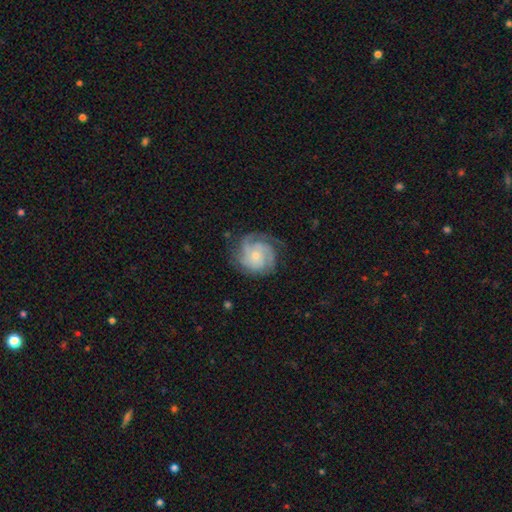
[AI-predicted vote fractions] Morphology: type=featured or disk (82%); edge-on=no (98%); bar=no (77%); spiral arms=yes (96%); winding=tight (60%); arm count=3 (35%); bulge=small (63%); merging=none (72%).